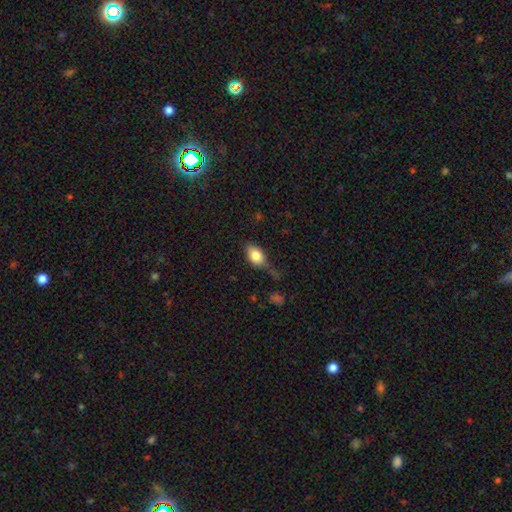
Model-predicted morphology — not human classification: This is clearly a smooth galaxy (81%). How rounded: clearly in between (85%). Merging: possibly none (53%).